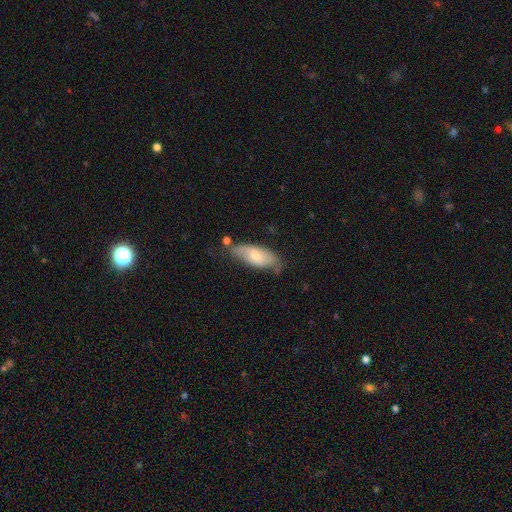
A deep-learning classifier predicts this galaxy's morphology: Q: Smooth or featured?
A: smooth (66%); runner-up: featured or disk (28%)
Q: How rounded?
A: in between (78%); runner-up: cigar-shaped (20%)
Q: Merging?
A: none (58%); runner-up: minor disturbance (29%)